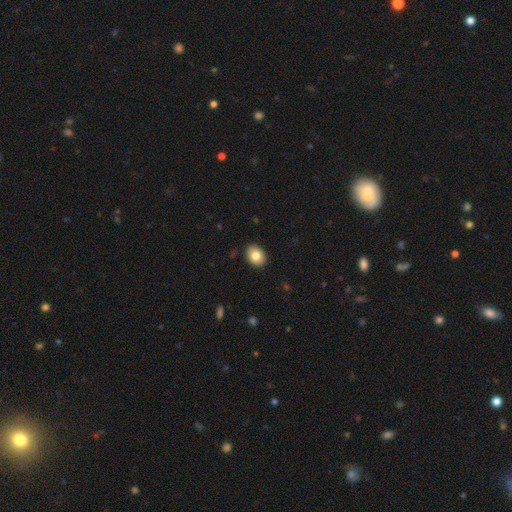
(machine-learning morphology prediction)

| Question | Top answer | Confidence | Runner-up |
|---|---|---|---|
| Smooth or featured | smooth | 83% | featured or disk (9%) |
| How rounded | in between | 65% | round (34%) |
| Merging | none | 90% | minor disturbance (7%) |